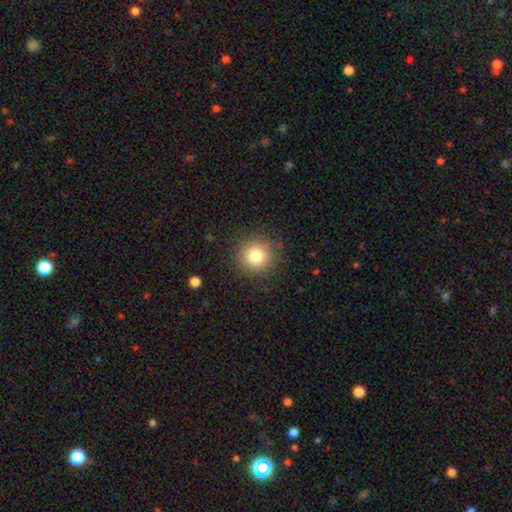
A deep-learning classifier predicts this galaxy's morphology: This is clearly a smooth galaxy (81%). How rounded: clearly round (93%). Merging: clearly none (89%).